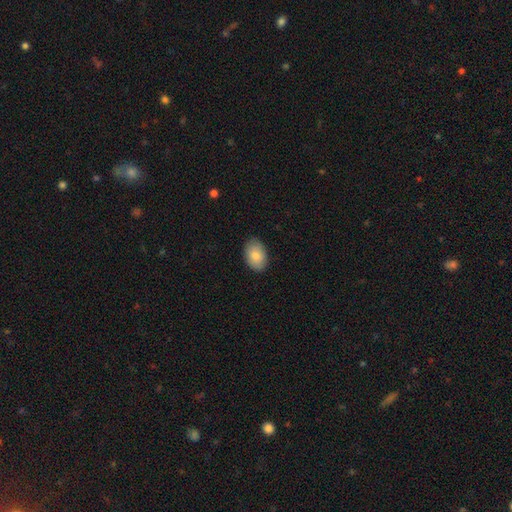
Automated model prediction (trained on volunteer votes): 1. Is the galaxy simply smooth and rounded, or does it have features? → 86% smooth, 8% featured or disk, 6% star or artifact.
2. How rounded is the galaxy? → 87% in between, 12% round, 1% cigar-shaped.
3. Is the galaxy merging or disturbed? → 86% none, 11% minor disturbance, 2% major disturbance, 1% merger.